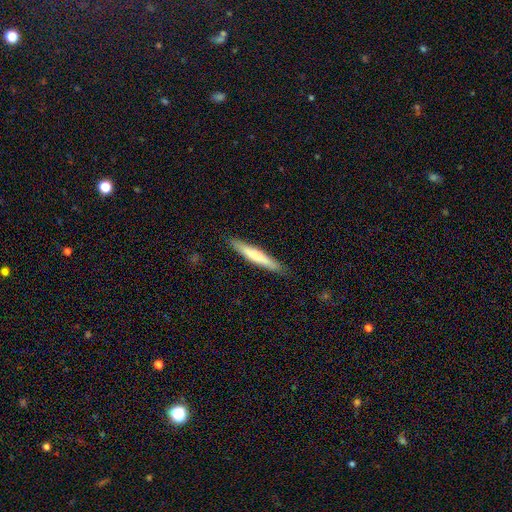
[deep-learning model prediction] Smooth or featured: smooth — 62% (featured or disk — 33%)
How rounded: cigar-shaped — 93% (in between — 5%)
Merging: none — 89% (minor disturbance — 9%)